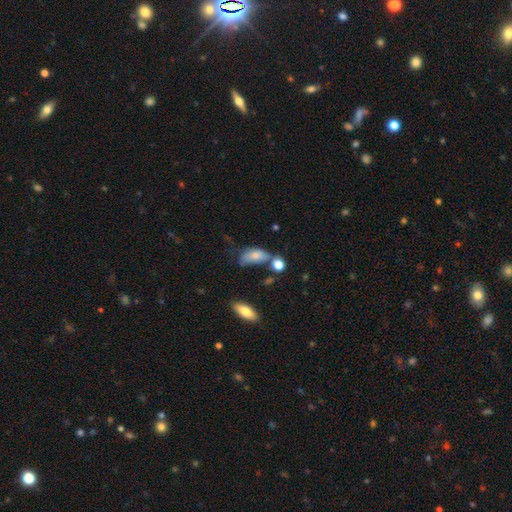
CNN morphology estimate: type=smooth (74%); roundness=in between (88%); merging=minor disturbance (30%).